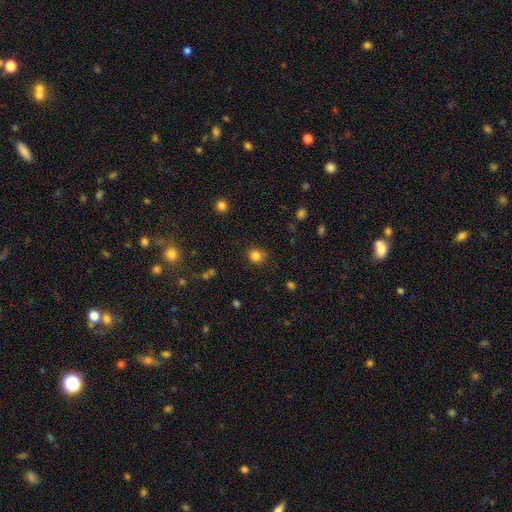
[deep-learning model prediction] This appears to be a smooth galaxy with no disk features (82%) that is round (82%). Merging: none (80%).